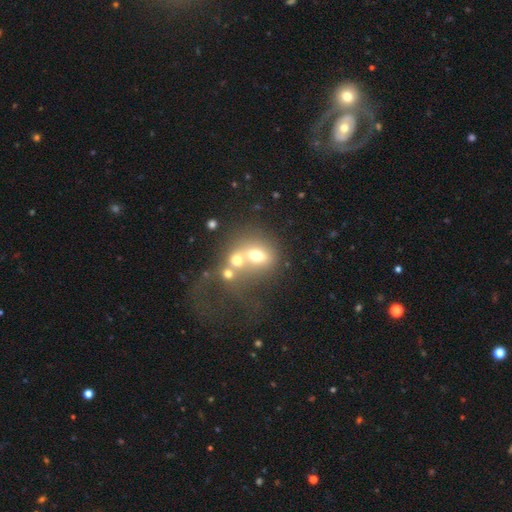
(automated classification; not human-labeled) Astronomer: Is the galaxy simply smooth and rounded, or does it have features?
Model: smooth — 57%.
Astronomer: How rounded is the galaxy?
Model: in between — 51% (runner-up: round, 45%).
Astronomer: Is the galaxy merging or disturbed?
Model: merger — 55%.